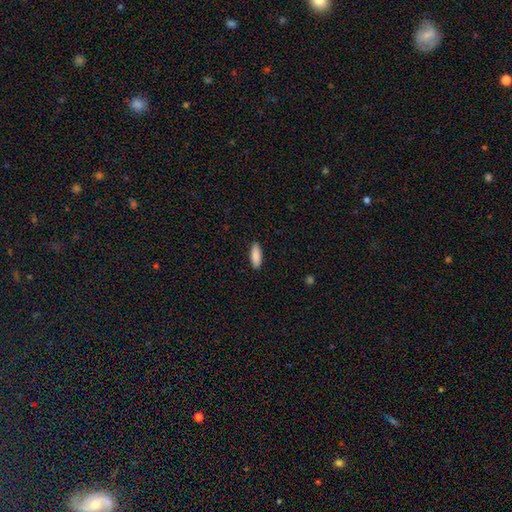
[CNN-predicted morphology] type=smooth (89%); roundness=in between (61%); merging=none (90%).